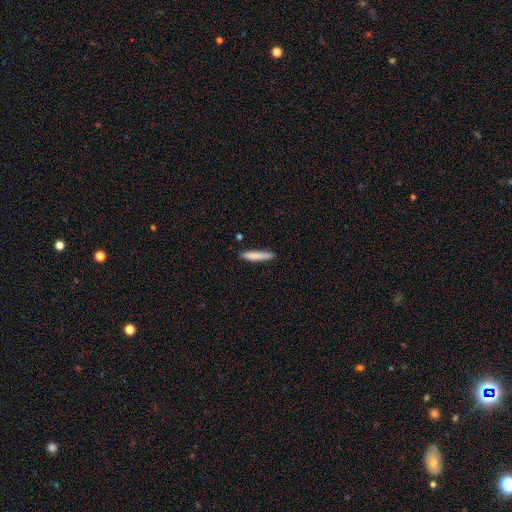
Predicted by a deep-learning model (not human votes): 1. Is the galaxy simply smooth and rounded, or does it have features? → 82% smooth, 12% featured or disk, 6% star or artifact.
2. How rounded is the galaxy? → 91% cigar-shaped, 8% in between, 1% round.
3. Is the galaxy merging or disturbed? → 86% none, 10% minor disturbance, 2% major disturbance, 2% merger.